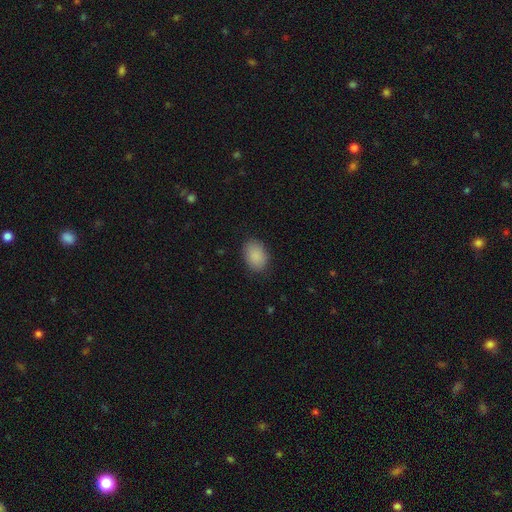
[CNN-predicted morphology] Smooth or featured? Predicted: smooth (p=0.89). How rounded? Predicted: in between (p=0.76). Merging? Predicted: none (p=0.85).